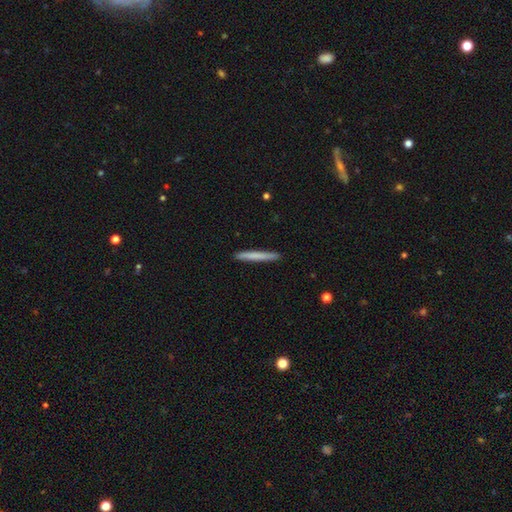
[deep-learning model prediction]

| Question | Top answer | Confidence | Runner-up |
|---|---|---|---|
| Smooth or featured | smooth | 71% | featured or disk (23%) |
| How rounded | cigar-shaped | 97% | in between (2%) |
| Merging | none | 92% | minor disturbance (5%) |